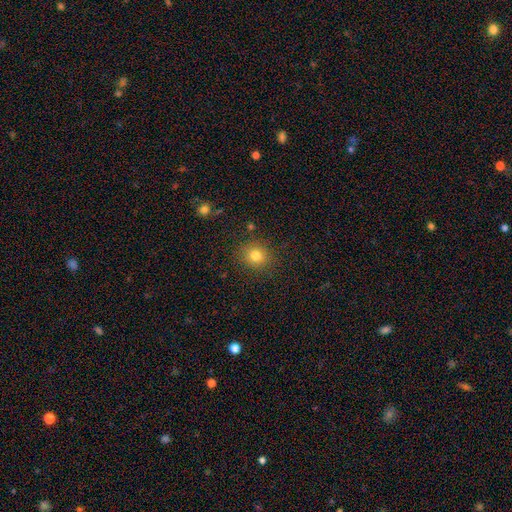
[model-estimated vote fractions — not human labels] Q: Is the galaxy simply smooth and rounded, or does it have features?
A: smooth — 80%.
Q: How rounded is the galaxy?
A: round — 81%.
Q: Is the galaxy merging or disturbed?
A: none — 86%.